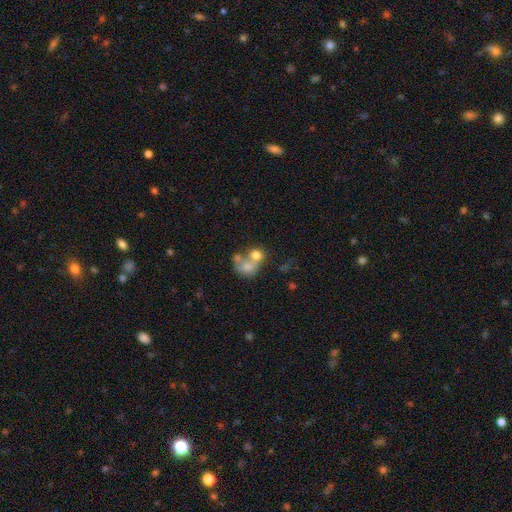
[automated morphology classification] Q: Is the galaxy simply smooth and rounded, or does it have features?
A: smooth — 63%.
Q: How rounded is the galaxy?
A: round — 62%.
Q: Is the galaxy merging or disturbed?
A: merger — 60%.